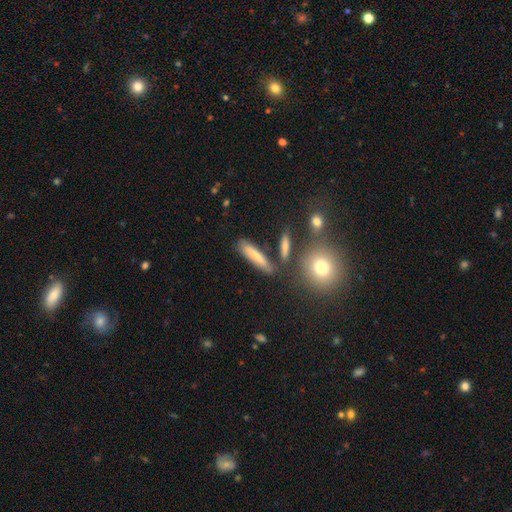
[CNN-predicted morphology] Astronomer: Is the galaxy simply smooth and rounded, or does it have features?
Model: smooth — 73%.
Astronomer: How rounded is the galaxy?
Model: cigar-shaped — 76%.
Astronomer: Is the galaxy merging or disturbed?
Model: none — 74%.